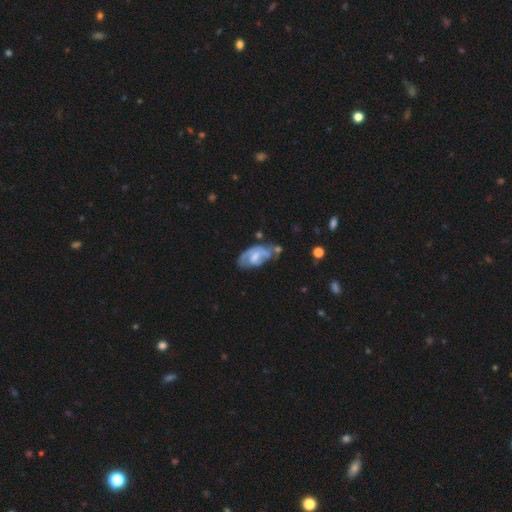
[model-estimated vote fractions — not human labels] smooth_or_featured: featured or disk (p=0.66) [alt: smooth p=0.27]
disk_edge_on: no (p=0.94) [alt: yes p=0.06]
bar: weak (p=0.45) [alt: no p=0.42]
has_spiral_arms: yes (p=0.76) [alt: no p=0.24]
bulge_size: moderate (p=0.43) [alt: small p=0.30]
merging: none (p=0.42) [alt: minor disturbance p=0.30]